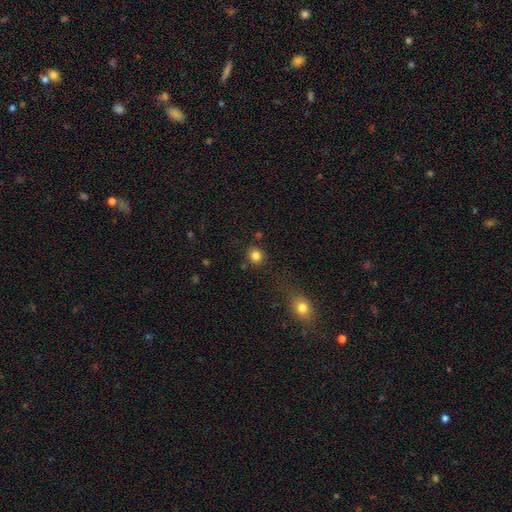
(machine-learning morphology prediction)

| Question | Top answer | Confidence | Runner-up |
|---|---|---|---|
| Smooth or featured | smooth | 83% | star or artifact (12%) |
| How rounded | round | 85% | in between (14%) |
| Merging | none | 83% | minor disturbance (9%) |